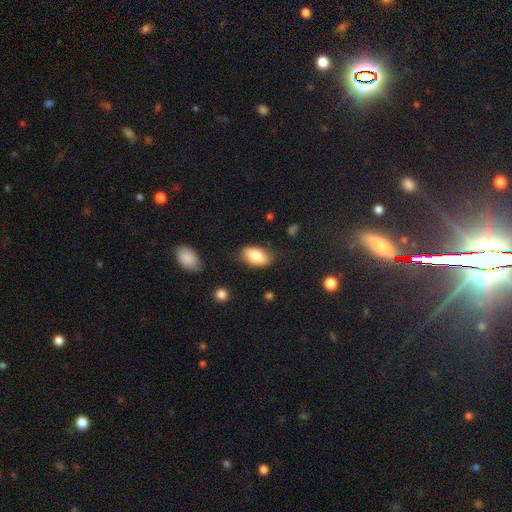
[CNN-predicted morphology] This is likely a smooth galaxy (80%). How rounded: clearly in between (91%). Merging: likely none (78%).